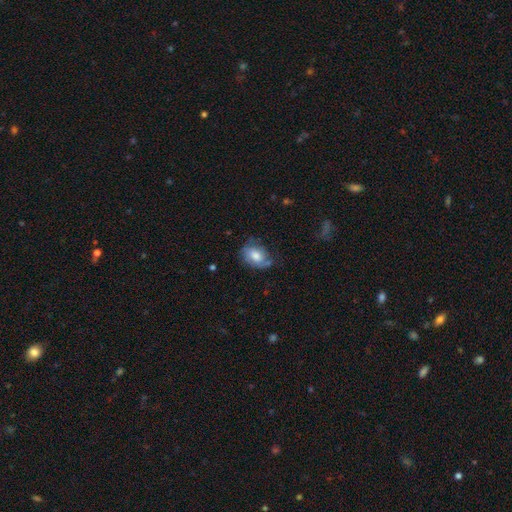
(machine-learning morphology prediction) type=smooth (62%); roundness=in between (77%); merging=none (55%).